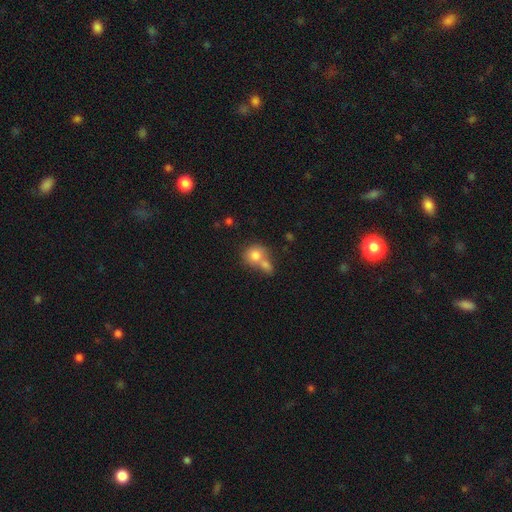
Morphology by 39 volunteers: Volunteers were most divided on "merging": merger: 66%, none: 26%, minor disturbance: 6%, major disturbance: 3%. More confident: how rounded — round (83%); smooth or featured — smooth (74%).